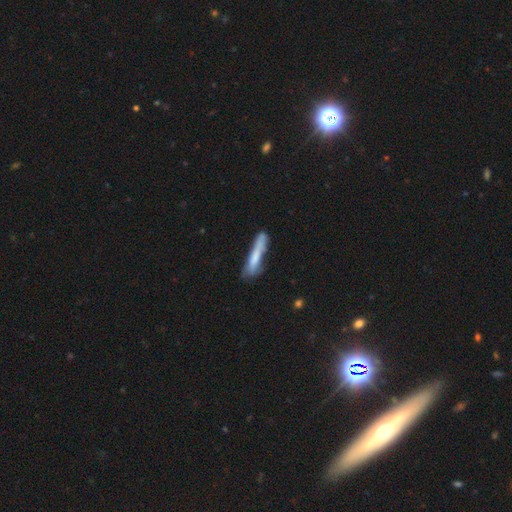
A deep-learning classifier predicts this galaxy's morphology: Smooth or featured?
  - smooth: 68% *
  - featured or disk: 25%
  - star or artifact: 7%
How rounded?
  - cigar-shaped: 89% *
  - in between: 10%
  - round: 1%
Merging?
  - none: 54% *
  - minor disturbance: 28%
  - major disturbance: 12%
  - merger: 6%